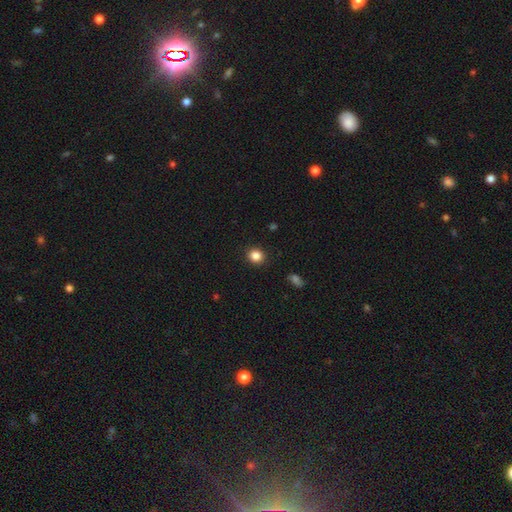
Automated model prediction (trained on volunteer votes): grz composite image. It shows a smooth galaxy with no disk features (85%) that is round (82%). Merging: none (91%).